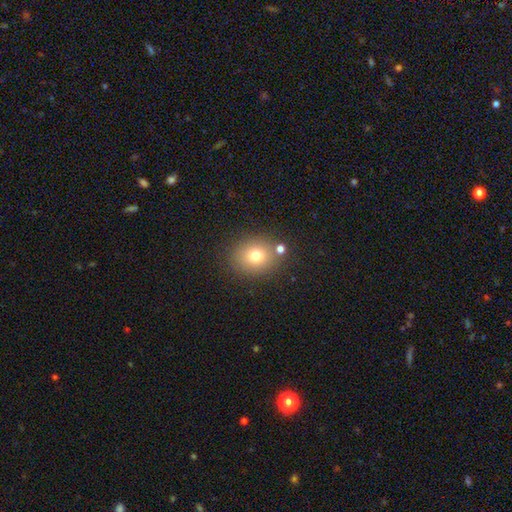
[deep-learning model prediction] Overall: smooth (75%). How rounded: round (66%; in between 33%). Merging: none (79%).